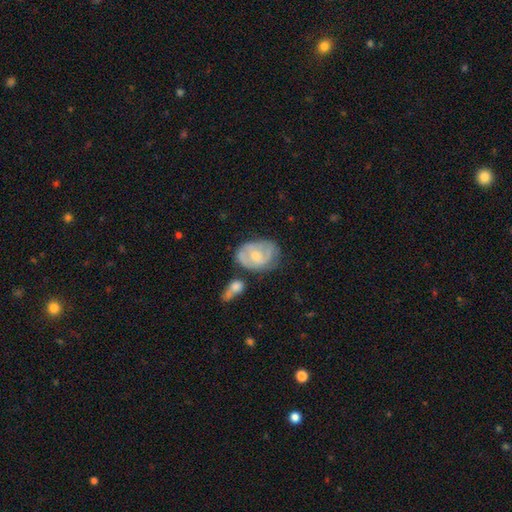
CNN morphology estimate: Smooth or featured? featured or disk (56%)
Edge-on disk? no (95%)
Bar? no (65%)
Spiral arms? yes (62%)
Bulge size? moderate (49%)
Merging? none (48%)